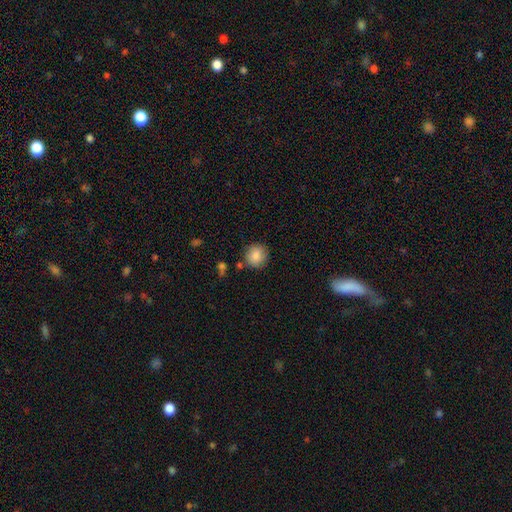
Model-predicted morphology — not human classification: This appears to be a smooth galaxy with no disk features (86%) that is round (89%). Merging: none (83%).